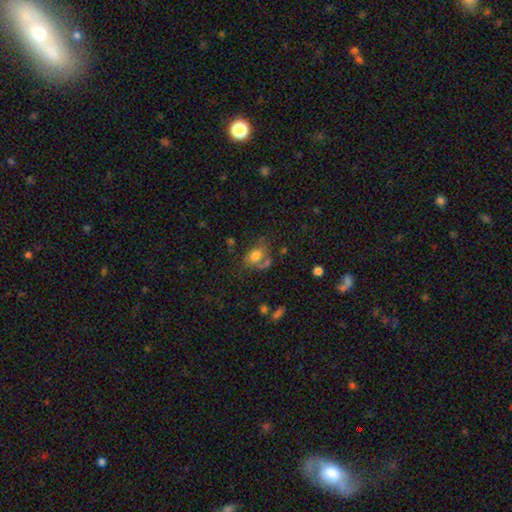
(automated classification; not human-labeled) Overall: smooth (64%). How rounded: in between (74%). Merging: none (38%; merger 21%).